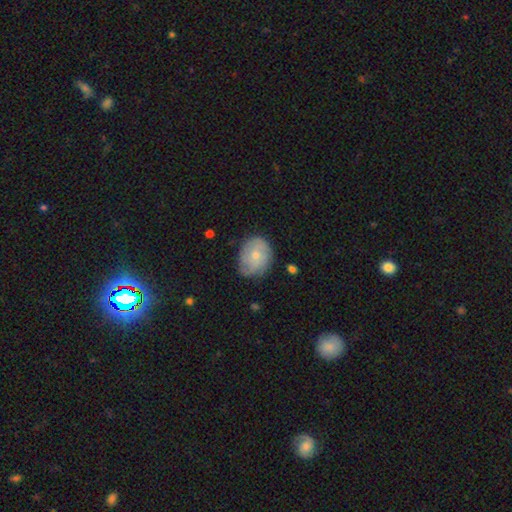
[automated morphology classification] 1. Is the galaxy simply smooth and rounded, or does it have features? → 48% smooth, 45% featured or disk, 7% star or artifact.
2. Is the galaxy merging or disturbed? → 66% none, 26% minor disturbance, 7% major disturbance, 2% merger.